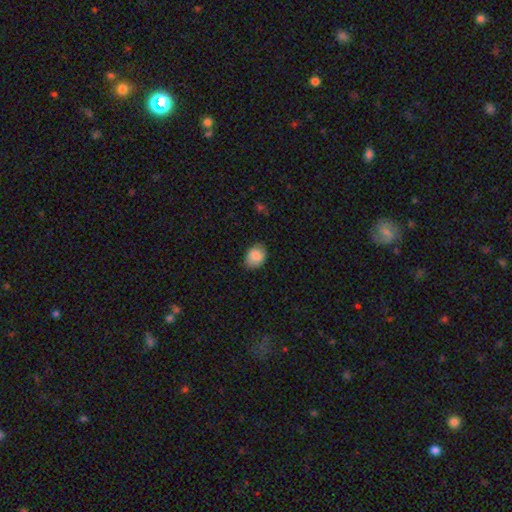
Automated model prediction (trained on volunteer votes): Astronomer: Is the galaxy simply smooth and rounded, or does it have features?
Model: smooth — 87%.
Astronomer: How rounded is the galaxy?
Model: in between — 61% (runner-up: round, 38%).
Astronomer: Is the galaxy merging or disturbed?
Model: none — 78%.